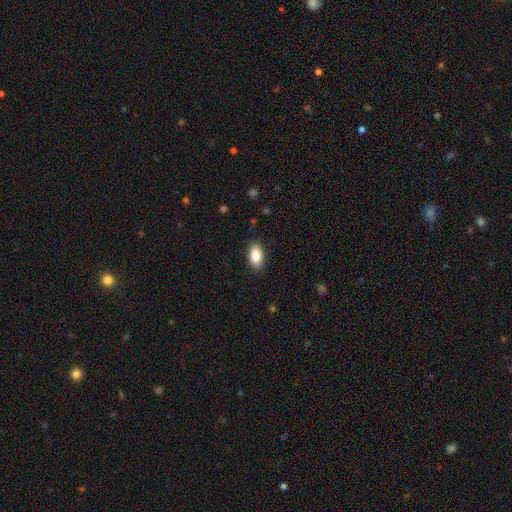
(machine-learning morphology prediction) smooth 88%, star or artifact 7%, featured or disk 5%. Down the decision tree: how rounded — in between (93%); merging — none (86%).